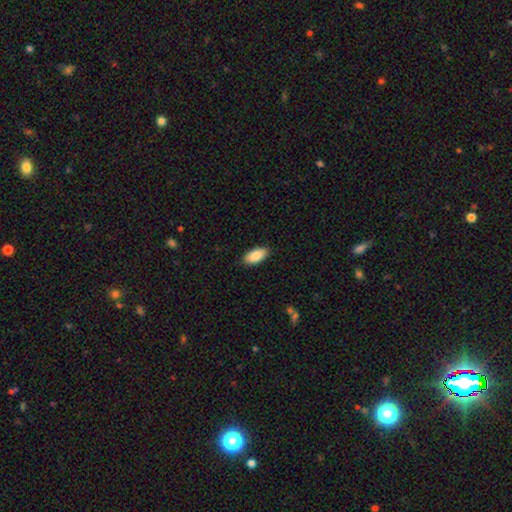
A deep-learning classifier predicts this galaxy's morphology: type=smooth (87%); roundness=in between (91%); merging=none (88%).